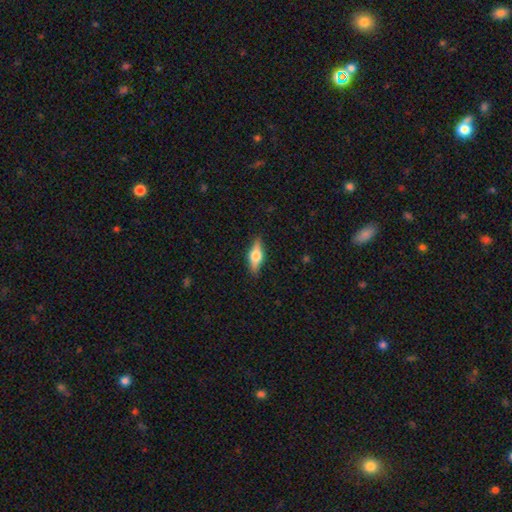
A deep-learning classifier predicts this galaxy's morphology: Smooth or featured: featured or disk — 48% (smooth — 46%)
Merging: none — 88% (minor disturbance — 9%)